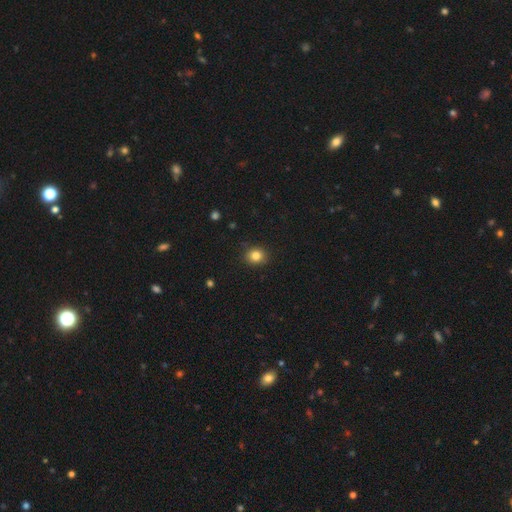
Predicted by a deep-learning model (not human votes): Smooth or featured? Predicted: smooth (p=0.83). How rounded? Predicted: round (p=0.77). Merging? Predicted: none (p=0.89).